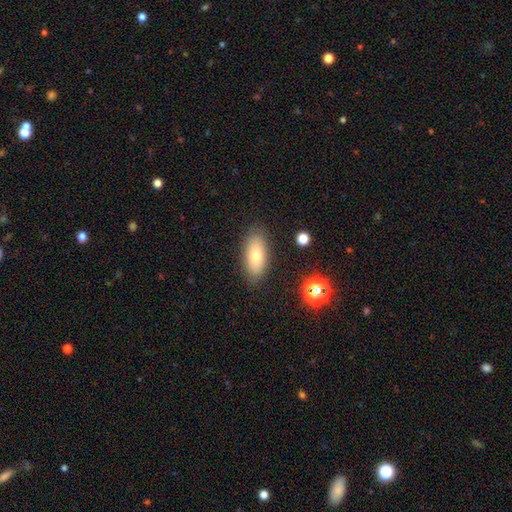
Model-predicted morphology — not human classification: Smooth or featured: smooth — 71% (featured or disk — 20%)
How rounded: in between — 82% (cigar-shaped — 14%)
Merging: none — 87% (minor disturbance — 10%)